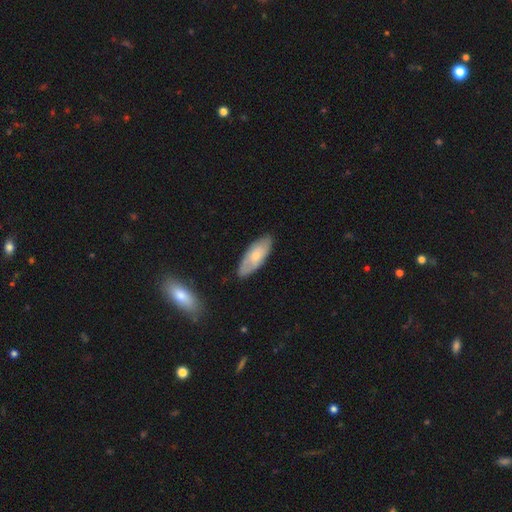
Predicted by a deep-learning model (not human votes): This appears to be a smooth galaxy with no disk features (63%) that is in between round and cigar-shaped (80%). Merging: none (78%).